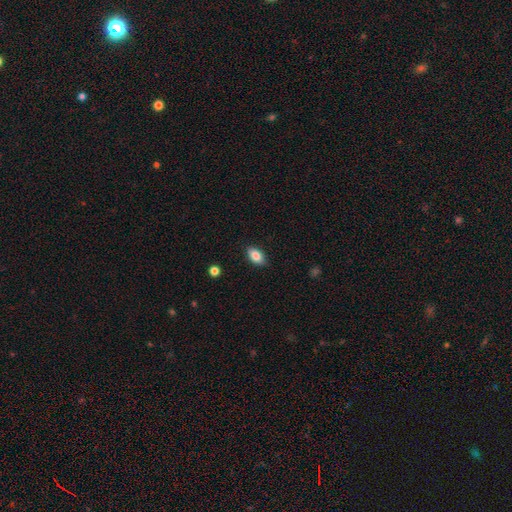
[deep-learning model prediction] A smooth galaxy with no disk features (84%) that is in between round and cigar-shaped (89%). Merging: none (84%).